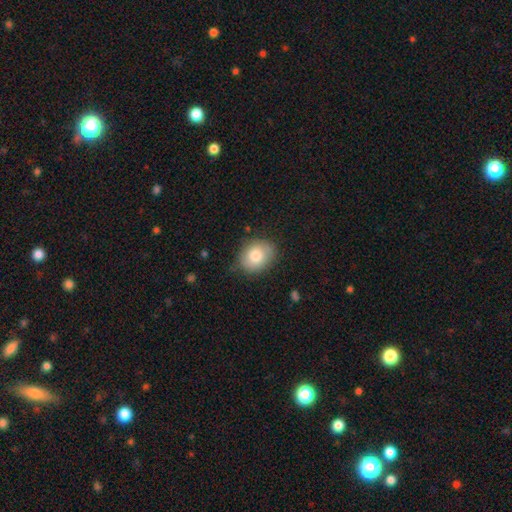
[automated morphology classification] Q: Smooth or featured?
A: smooth (79%); runner-up: featured or disk (13%)
Q: How rounded?
A: round (50%); runner-up: in between (49%)
Q: Merging?
A: none (78%); runner-up: minor disturbance (17%)